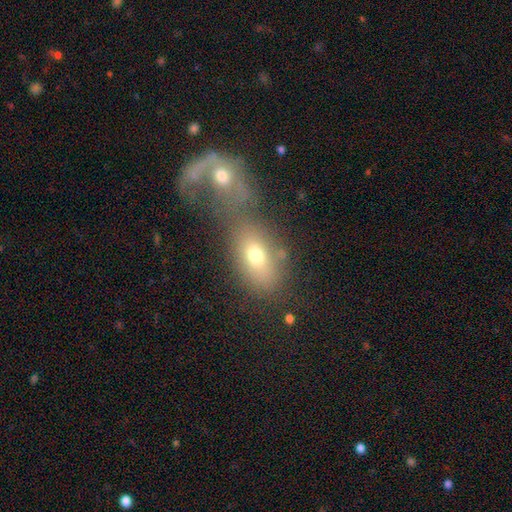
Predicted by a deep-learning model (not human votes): This appears to be a smooth galaxy with no disk features (63%) that is in between round and cigar-shaped (80%). Merging: merger (54%).